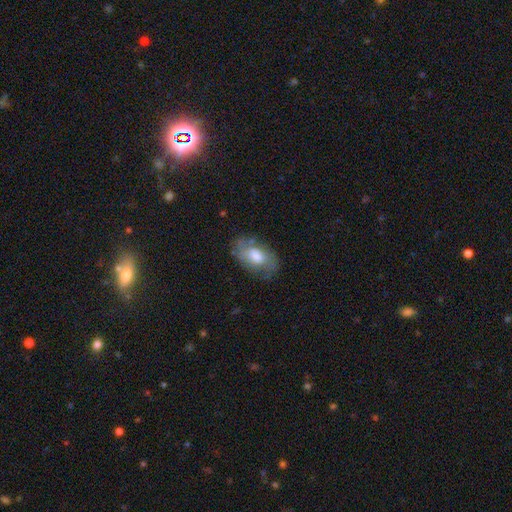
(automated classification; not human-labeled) A smooth galaxy with no disk features (50%).

Vote fractions:
- Smooth or featured? smooth: 50% / featured or disk: 42% / star or artifact: 8%
- Merging? none: 65% / minor disturbance: 24% / major disturbance: 9% / merger: 2%